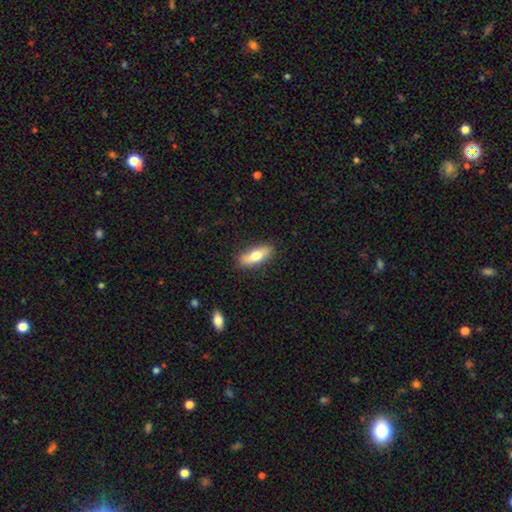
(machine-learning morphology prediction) A smooth galaxy with no disk features (70%) that is in between round and cigar-shaped (62%). Merging: none (84%).